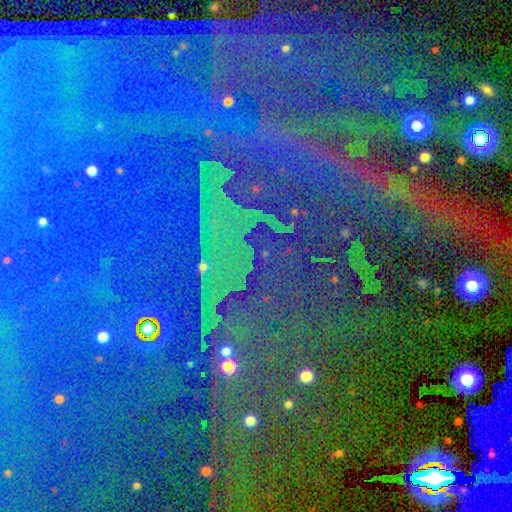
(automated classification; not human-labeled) This appears to be a star or artifact, not a galaxy (86%).